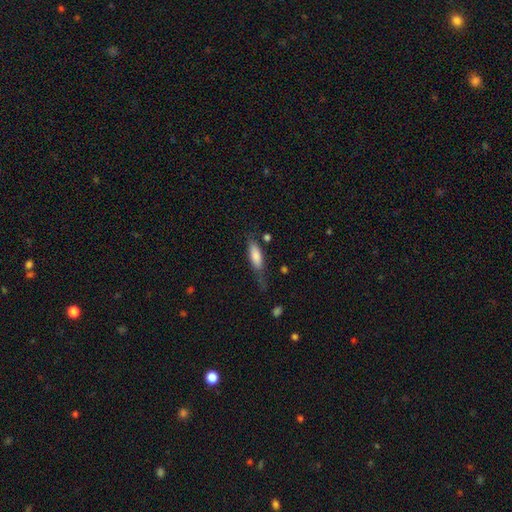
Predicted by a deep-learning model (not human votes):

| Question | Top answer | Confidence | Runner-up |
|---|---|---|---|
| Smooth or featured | smooth | 73% | featured or disk (20%) |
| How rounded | in between | 51% | cigar-shaped (47%) |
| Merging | none | 52% | minor disturbance (30%) |